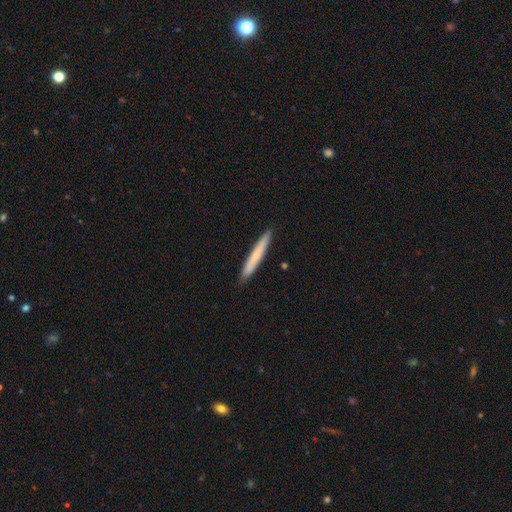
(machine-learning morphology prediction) Overall: smooth (64%; featured or disk 31%). How rounded: cigar-shaped (96%). Merging: none (91%).